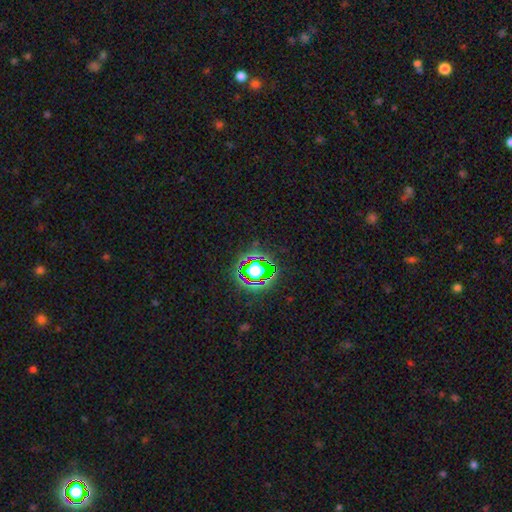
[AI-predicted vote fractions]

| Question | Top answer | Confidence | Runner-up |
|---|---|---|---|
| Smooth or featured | star or artifact | 79% | smooth (13%) |